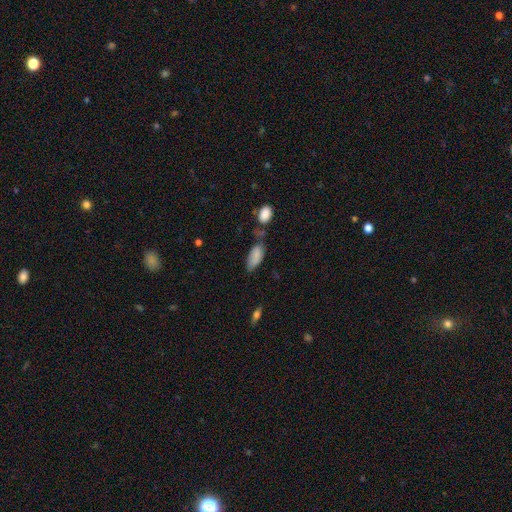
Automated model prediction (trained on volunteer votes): A smooth galaxy with no disk features (82%) that is in between round and cigar-shaped (89%).

Vote fractions:
- Smooth or featured? smooth: 82% / featured or disk: 10% / star or artifact: 7%
- How rounded? in between: 89% / cigar-shaped: 8% / round: 2%
- Merging? none: 45% / minor disturbance: 29% / merger: 15% / major disturbance: 11%